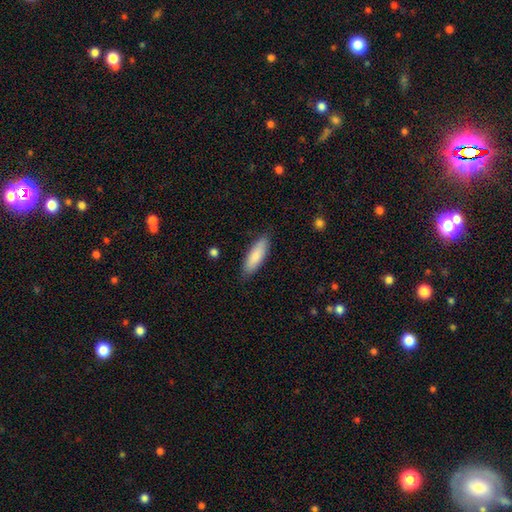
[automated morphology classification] smooth 83%, featured or disk 11%, star or artifact 6%. Down the decision tree: how rounded — in between (56%); merging — none (84%).